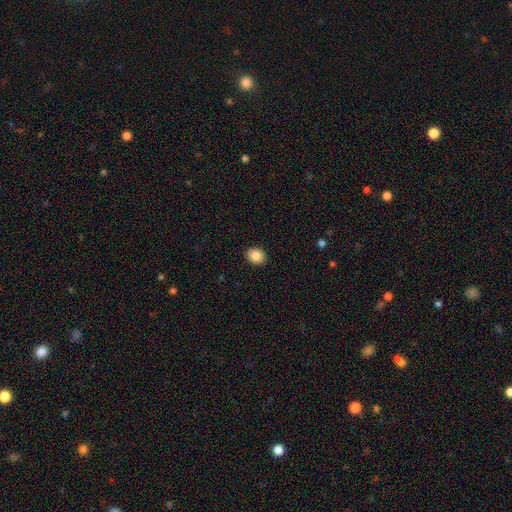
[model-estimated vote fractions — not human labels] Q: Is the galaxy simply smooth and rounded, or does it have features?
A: smooth — 86%.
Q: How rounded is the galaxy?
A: round — 51%.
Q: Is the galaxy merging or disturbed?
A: none — 91%.